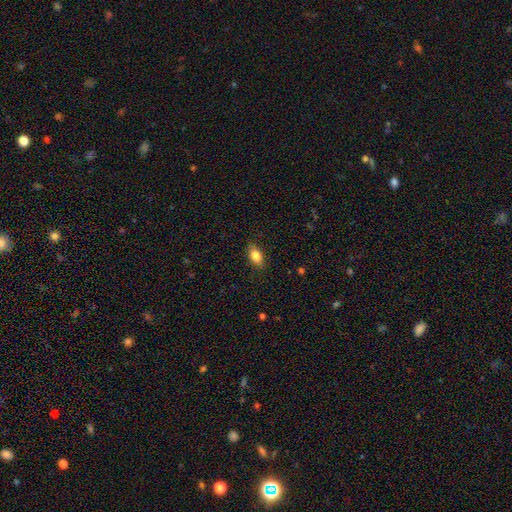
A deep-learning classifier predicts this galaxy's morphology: smooth 83%, featured or disk 9%, star or artifact 8%. Down the decision tree: how rounded — in between (88%); merging — none (86%).